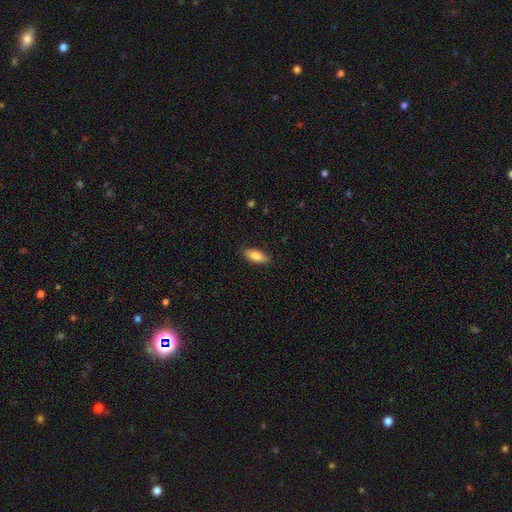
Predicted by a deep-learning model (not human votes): Smooth or featured: smooth — 79% (featured or disk — 15%)
How rounded: in between — 75% (cigar-shaped — 23%)
Merging: none — 87% (minor disturbance — 10%)